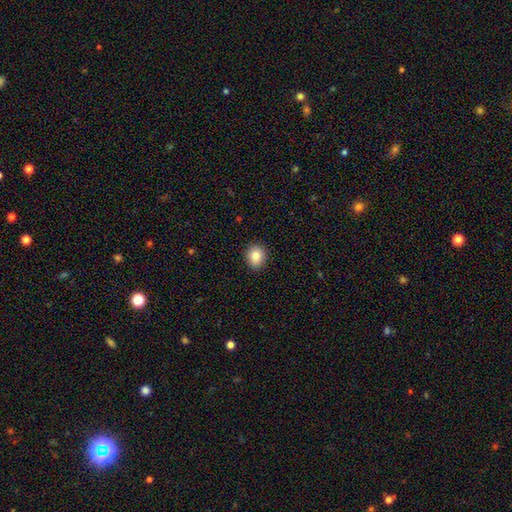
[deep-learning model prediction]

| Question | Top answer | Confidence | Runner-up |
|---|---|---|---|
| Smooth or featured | smooth | 85% | star or artifact (9%) |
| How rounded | round | 61% | in between (38%) |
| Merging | none | 89% | minor disturbance (8%) |